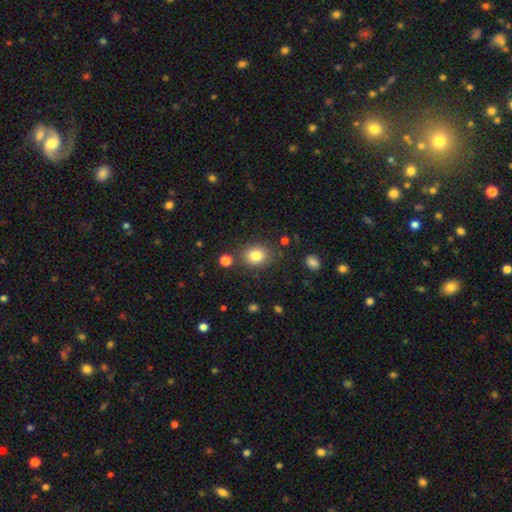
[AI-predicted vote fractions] A smooth galaxy with no disk features (82%) that is round (67%).

Vote fractions:
- Smooth or featured? smooth: 82% / star or artifact: 11% / featured or disk: 7%
- How rounded? round: 67% / in between: 32% / cigar-shaped: 1%
- Merging? none: 83% / minor disturbance: 10% / merger: 4% / major disturbance: 3%